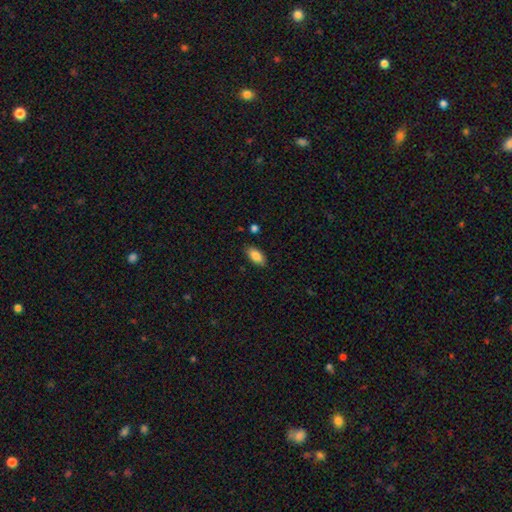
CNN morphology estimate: Smooth or featured? smooth (86%)
How rounded? in between (91%)
Merging? none (86%)